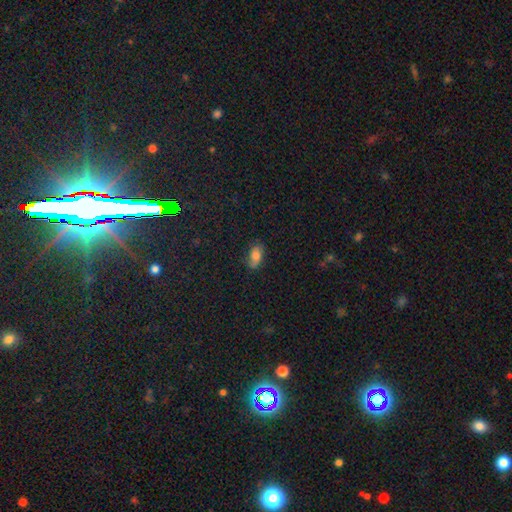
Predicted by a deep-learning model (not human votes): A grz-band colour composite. It shows a smooth galaxy with no disk features (75%) that is in between round and cigar-shaped (90%). Merging: none (70%).